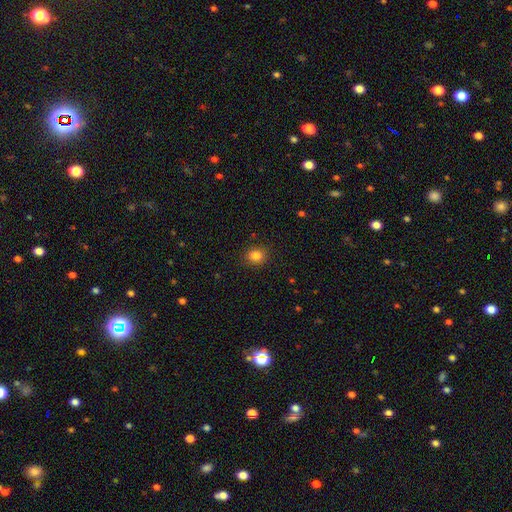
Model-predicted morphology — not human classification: Overall: smooth (84%). How rounded: round (62%; in between 37%). Merging: none (87%).